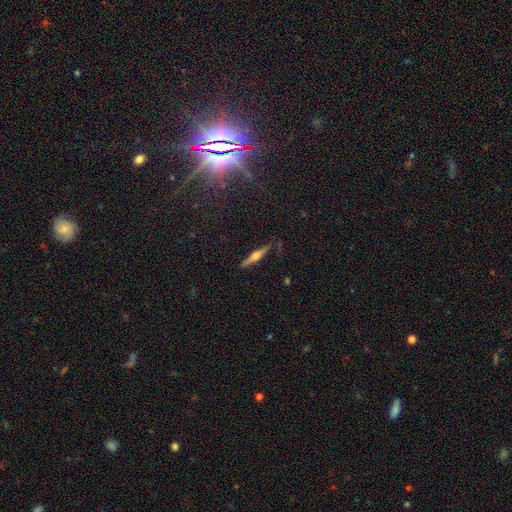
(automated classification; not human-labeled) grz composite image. It shows a featured or disk galaxy (71%) viewed edge-on (97%) with a rounded central bulge (90%). Merging: none (87%).